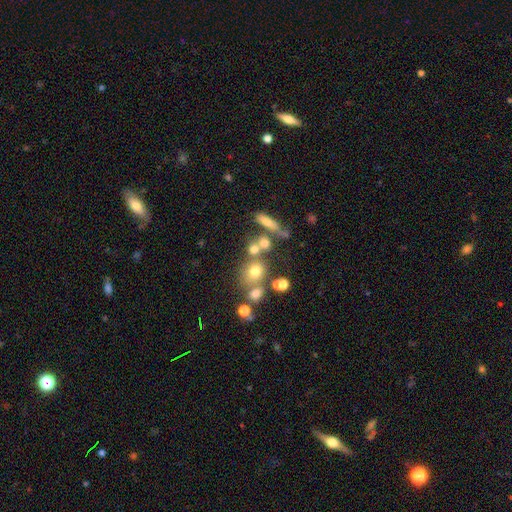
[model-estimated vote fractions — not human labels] This appears to be a star or artifact, not a galaxy (45%).